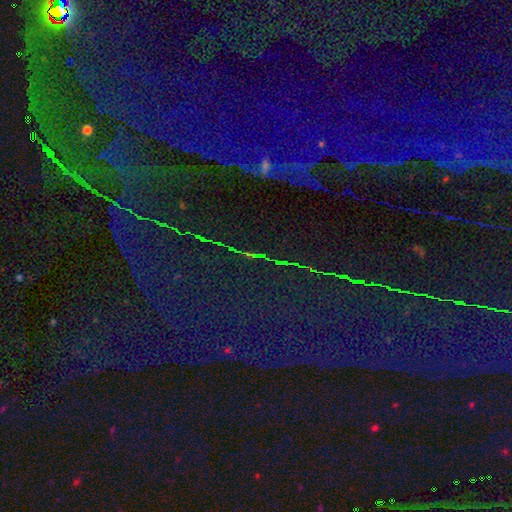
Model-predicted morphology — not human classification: A star or artifact, not a galaxy (82%).

Vote fractions:
- Smooth or featured? star or artifact: 82% / smooth: 10% / featured or disk: 8%